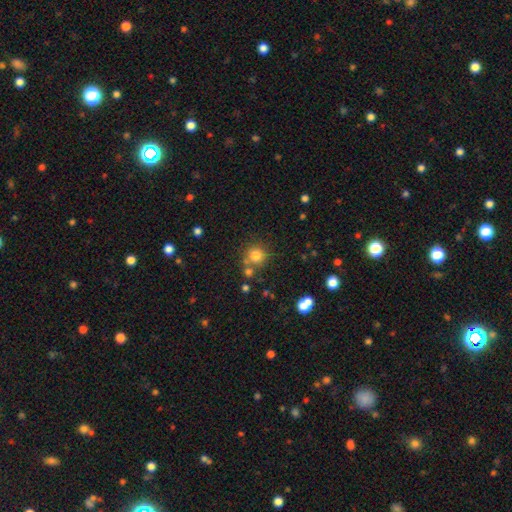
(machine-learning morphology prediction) This appears to be a smooth galaxy with no disk features (79%) that is round (92%). Merging: none (70%).